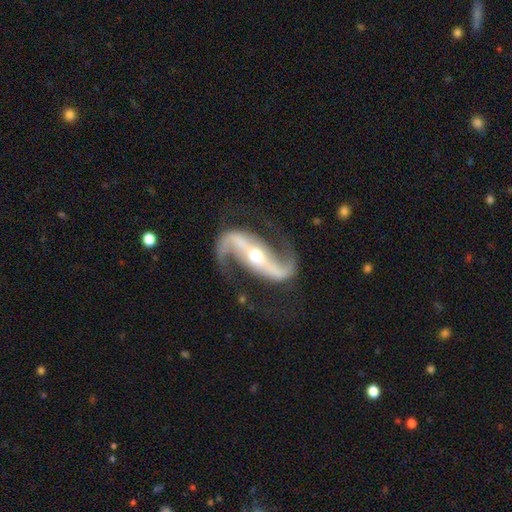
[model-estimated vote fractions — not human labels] A featured or disk galaxy (94%) with a strong bar (61%), 2 (95%) loose (45%) spiral arms (98%) and a moderate central bulge (50%). Merging: none (81%).